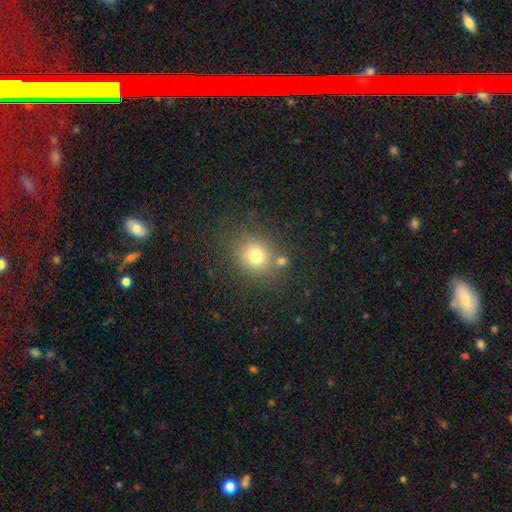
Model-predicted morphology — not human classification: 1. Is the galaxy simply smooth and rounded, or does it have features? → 75% smooth, 15% star or artifact, 10% featured or disk.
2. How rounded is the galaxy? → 76% round, 23% in between, 1% cigar-shaped.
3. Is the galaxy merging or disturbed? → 73% none, 11% minor disturbance, 11% merger, 5% major disturbance.